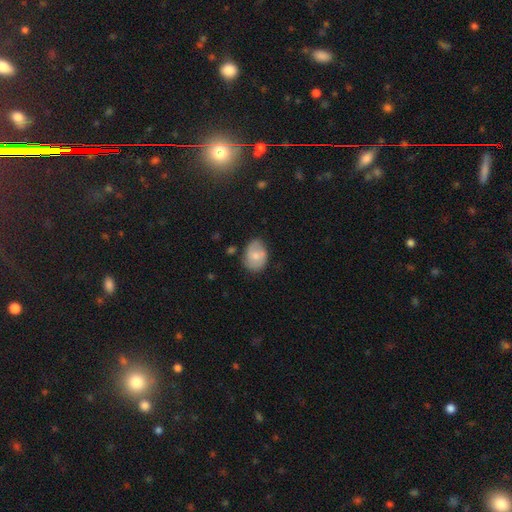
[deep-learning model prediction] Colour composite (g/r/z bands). It shows a smooth galaxy with no disk features (68%) that is in between round and cigar-shaped (70%). Merging: none (65%).